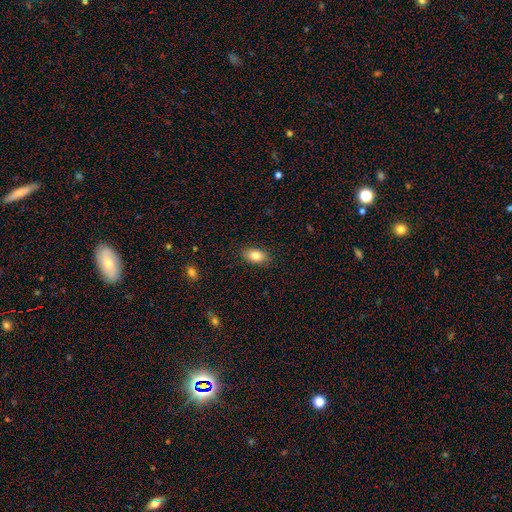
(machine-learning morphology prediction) Overall: smooth (82%). How rounded: in between (88%). Merging: none (87%).